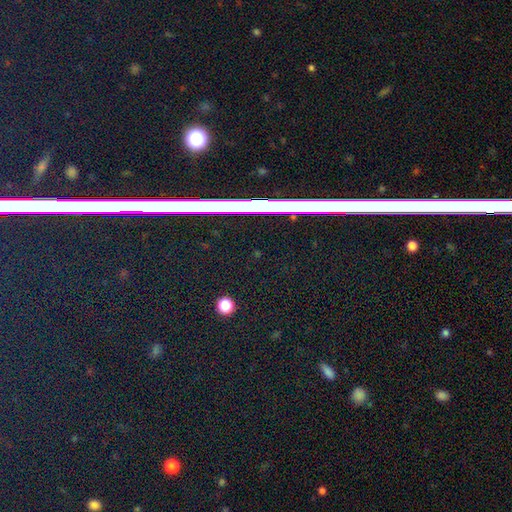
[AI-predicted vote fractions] smooth_or_featured: star or artifact (p=0.80) [alt: smooth p=0.10]